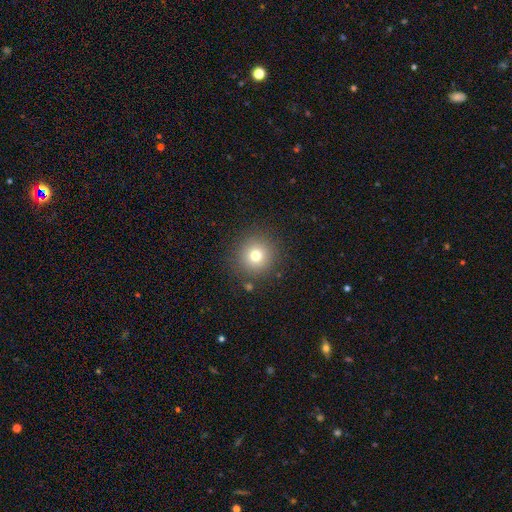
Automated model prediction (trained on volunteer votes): Q: Smooth or featured?
A: smooth (75%); runner-up: star or artifact (14%)
Q: How rounded?
A: round (95%); runner-up: in between (4%)
Q: Merging?
A: none (87%); runner-up: minor disturbance (7%)